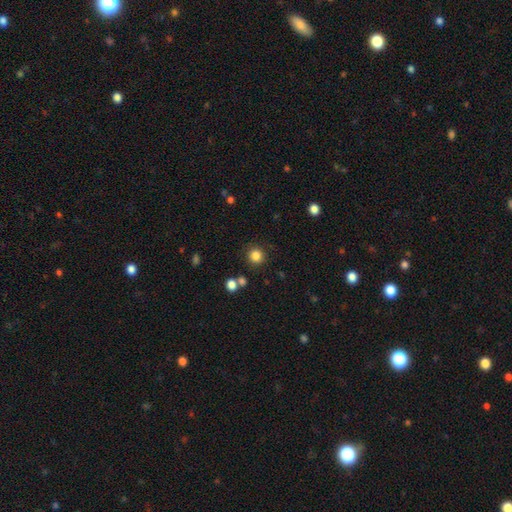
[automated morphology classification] type=smooth (84%); roundness=round (92%); merging=none (85%).